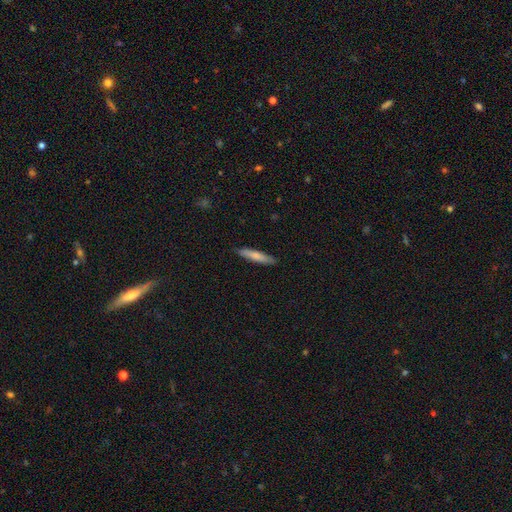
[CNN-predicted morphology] A smooth galaxy with no disk features (73%) that is cigar-shaped (89%). Merging: none (89%).